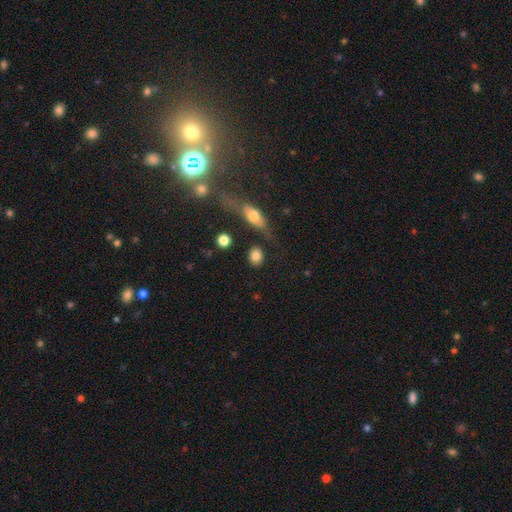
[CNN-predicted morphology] Smooth or featured?
  - smooth: 82% *
  - featured or disk: 9%
  - star or artifact: 8%
How rounded?
  - round: 51% *
  - in between: 46%
  - cigar-shaped: 3%
Merging?
  - none: 76% *
  - minor disturbance: 12%
  - merger: 7%
  - major disturbance: 5%